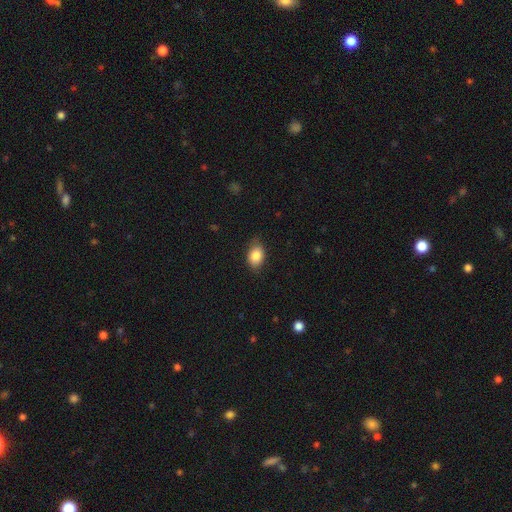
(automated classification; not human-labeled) This appears to be a smooth galaxy with no disk features (84%) that is in between round and cigar-shaped (79%). Merging: none (76%).